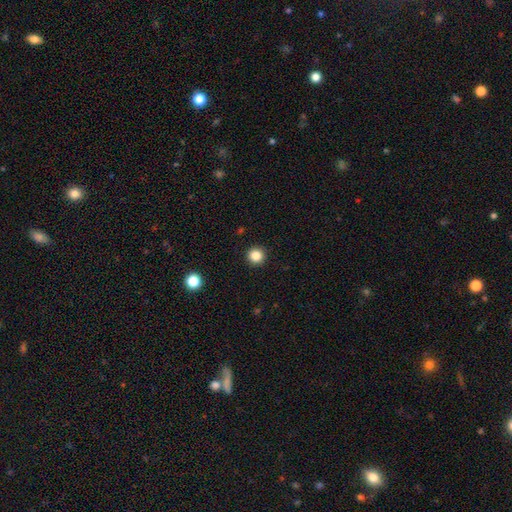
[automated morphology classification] smooth_or_featured: smooth (p=0.84) [alt: star or artifact p=0.12]
how_rounded: round (p=0.96) [alt: in between p=0.03]
merging: none (p=0.93) [alt: minor disturbance p=0.04]